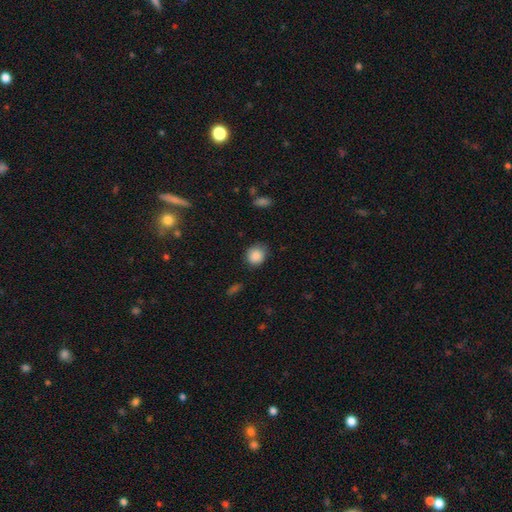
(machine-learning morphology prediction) The model was most divided on "merging": none: 77%, minor disturbance: 18%, major disturbance: 4%, merger: 1%. More confident: smooth or featured — smooth (87%); how rounded — round (82%).